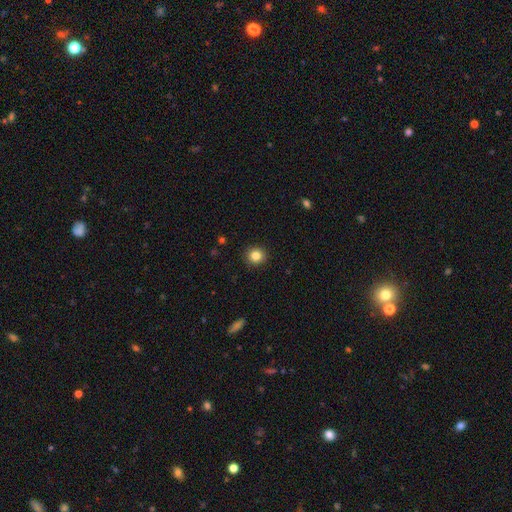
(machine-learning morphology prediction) This appears to be a smooth galaxy with no disk features (84%) that is round (90%). Merging: none (92%).